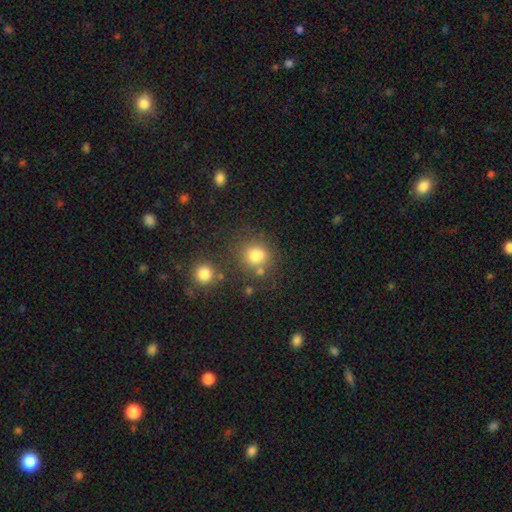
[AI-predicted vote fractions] Smooth or featured? smooth (81%)
How rounded? round (80%)
Merging? none (69%)